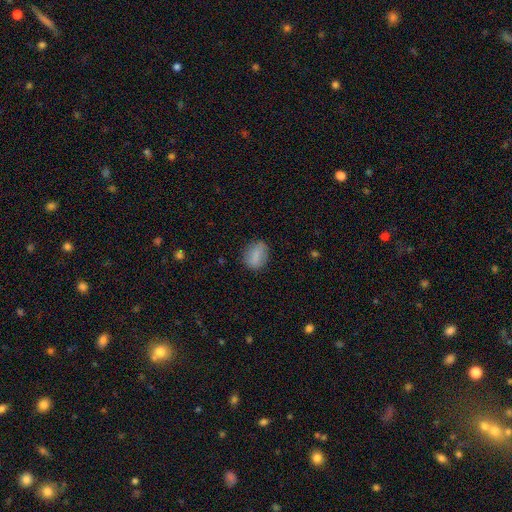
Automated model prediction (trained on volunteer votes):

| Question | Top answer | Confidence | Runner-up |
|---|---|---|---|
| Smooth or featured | smooth | 82% | featured or disk (10%) |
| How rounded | in between | 60% | round (38%) |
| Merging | none | 79% | minor disturbance (15%) |